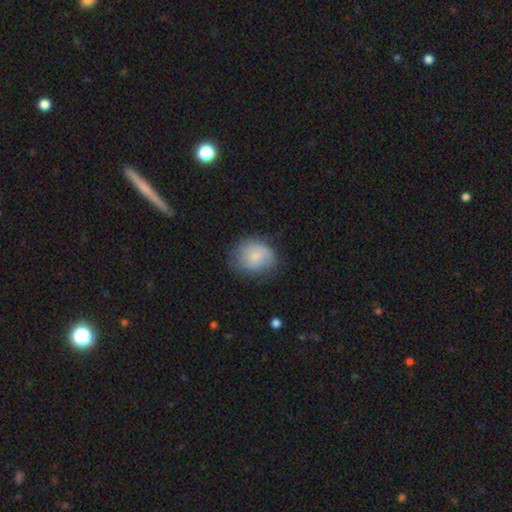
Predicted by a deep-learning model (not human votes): Q: Smooth or featured?
A: smooth (69%); runner-up: featured or disk (23%)
Q: How rounded?
A: round (67%); runner-up: in between (32%)
Q: Merging?
A: none (64%); runner-up: minor disturbance (25%)